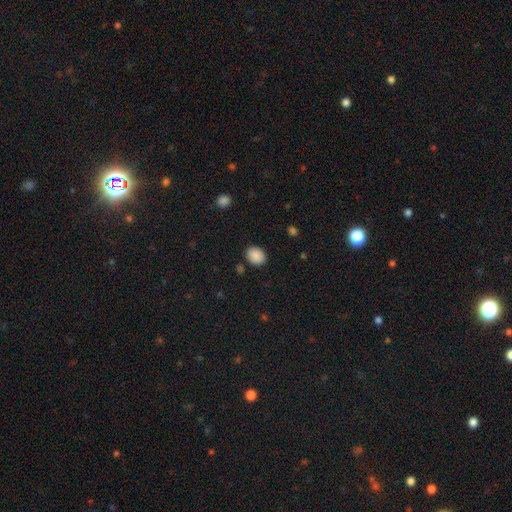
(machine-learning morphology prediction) A smooth galaxy with no disk features (89%) that is in between round and cigar-shaped (57%).

Vote fractions:
- Smooth or featured? smooth: 89% / star or artifact: 8% / featured or disk: 3%
- How rounded? in between: 57% / round: 42% / cigar-shaped: 1%
- Merging? none: 85% / minor disturbance: 10% / major disturbance: 3% / merger: 2%